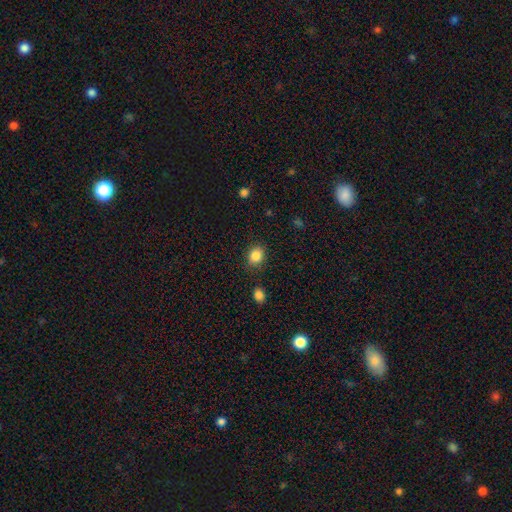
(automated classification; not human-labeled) A smooth galaxy with no disk features (86%) that is round (64%). Merging: none (85%).